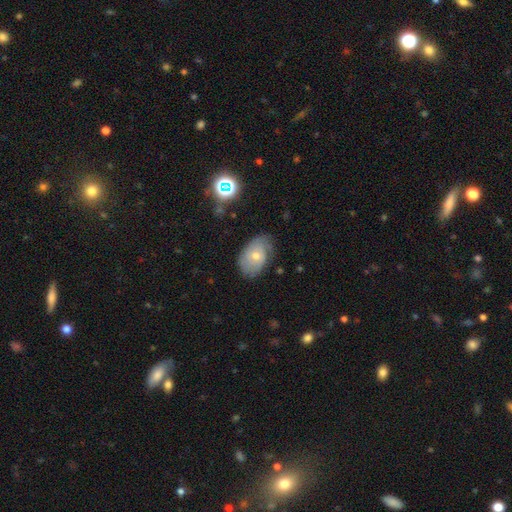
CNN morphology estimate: A featured or disk galaxy (51%). Merging: none (62%).